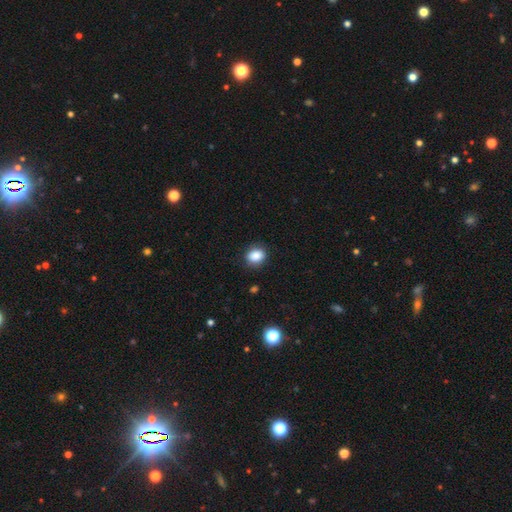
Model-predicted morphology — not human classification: smooth-or-featured: smooth: 87% | star or artifact: 9% | featured or disk: 4%
  how-rounded: round: 50% | in between: 49% | cigar-shaped: 1%
  merging: none: 84% | minor disturbance: 12% | major disturbance: 3% | merger: 1%